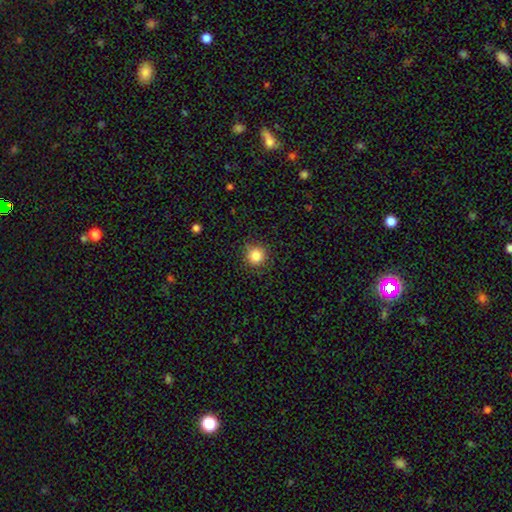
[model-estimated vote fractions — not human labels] Overall: smooth (84%). How rounded: round (94%). Merging: none (88%).